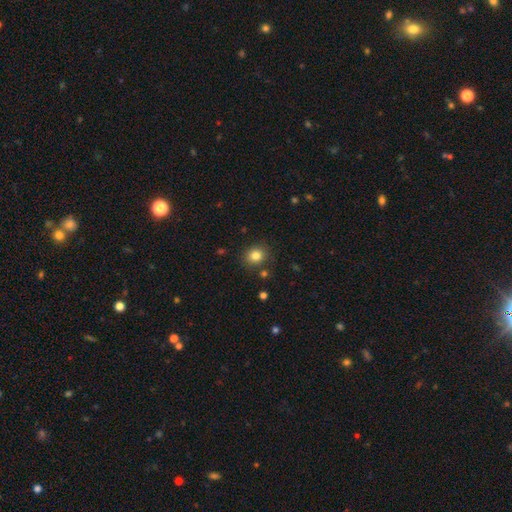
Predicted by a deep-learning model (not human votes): This appears to be a smooth galaxy with no disk features (82%) that is round (74%). Merging: none (84%).